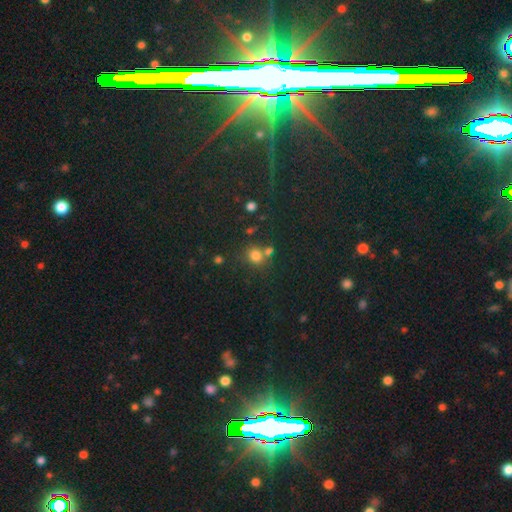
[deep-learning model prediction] Smooth or featured? Predicted: smooth (p=0.75). How rounded? Predicted: round (p=0.72). Merging? Predicted: none (p=0.61).